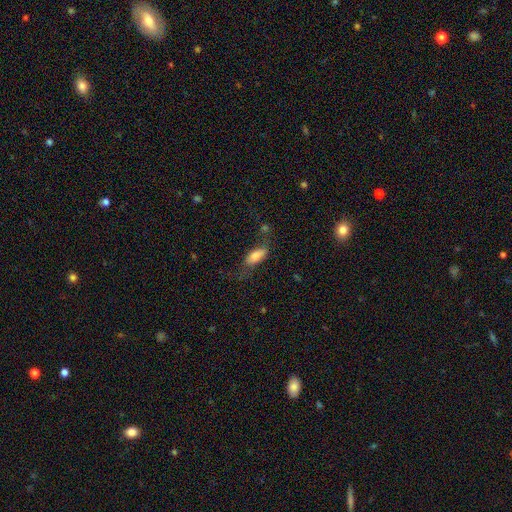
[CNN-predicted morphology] Smooth or featured?
  - smooth: 77% *
  - featured or disk: 15%
  - star or artifact: 8%
How rounded?
  - in between: 78% *
  - cigar-shaped: 19%
  - round: 3%
Merging?
  - none: 47% *
  - minor disturbance: 28%
  - major disturbance: 20%
  - merger: 5%